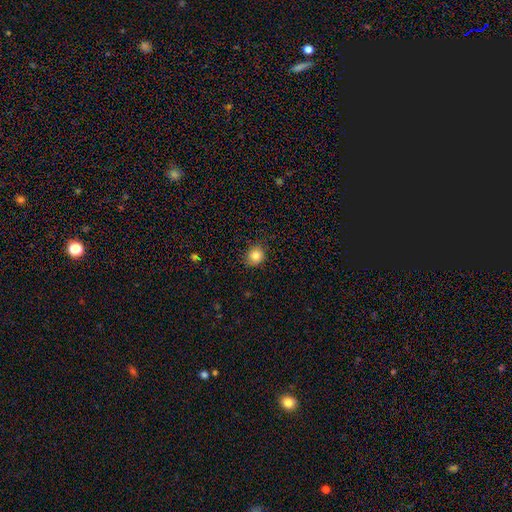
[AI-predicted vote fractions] Smooth or featured? smooth (84%)
How rounded? round (78%)
Merging? none (85%)